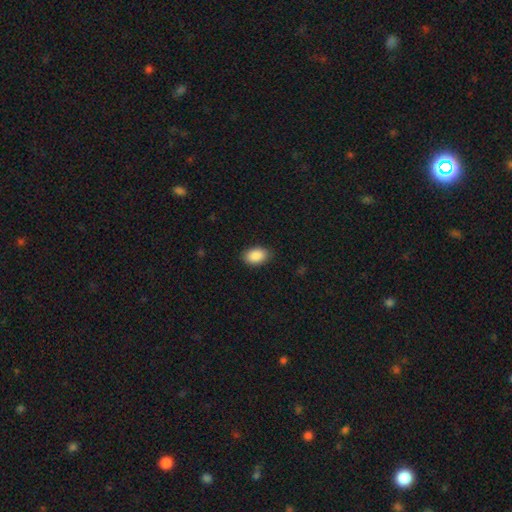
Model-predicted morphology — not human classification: A smooth galaxy with no disk features (90%) that is in between round and cigar-shaped (91%). Merging: none (86%).